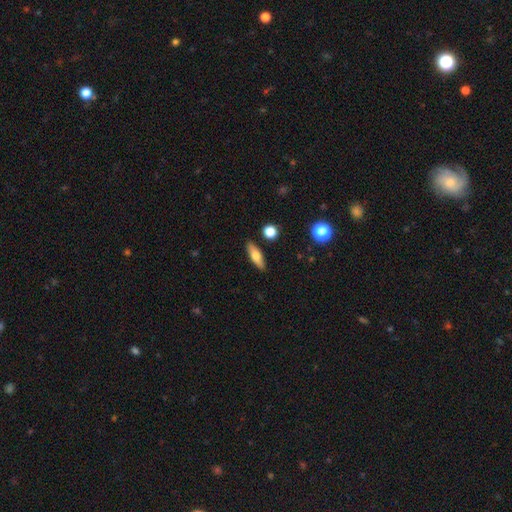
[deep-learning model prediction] A smooth galaxy with no disk features (63%) that is cigar-shaped (49%). Merging: none (87%).